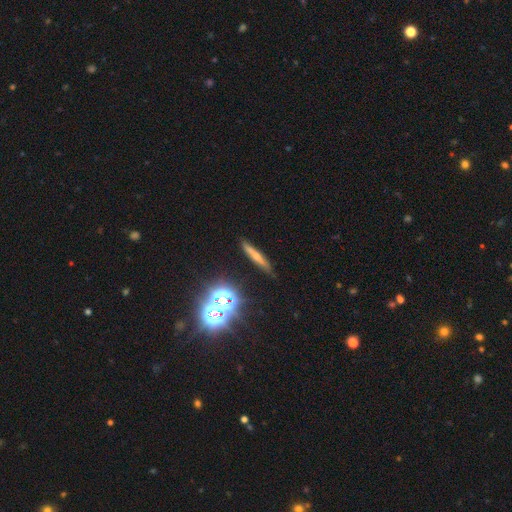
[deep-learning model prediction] smooth-or-featured: smooth: 41% | featured or disk: 40% | star or artifact: 19%
  merging: none: 85% | minor disturbance: 10% | major disturbance: 2% | merger: 2%